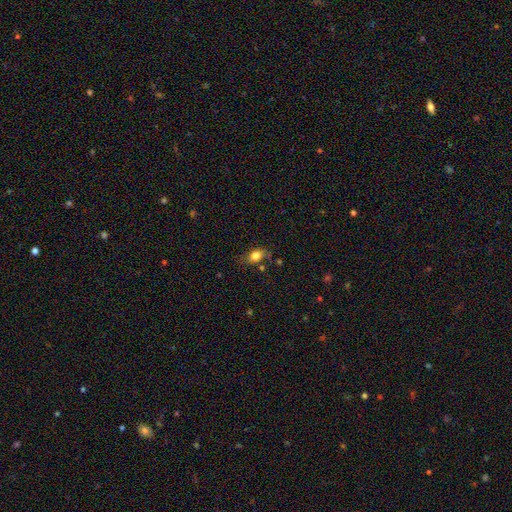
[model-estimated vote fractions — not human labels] A smooth galaxy with no disk features (79%) that is in between round and cigar-shaped (76%). Merging: none (64%).